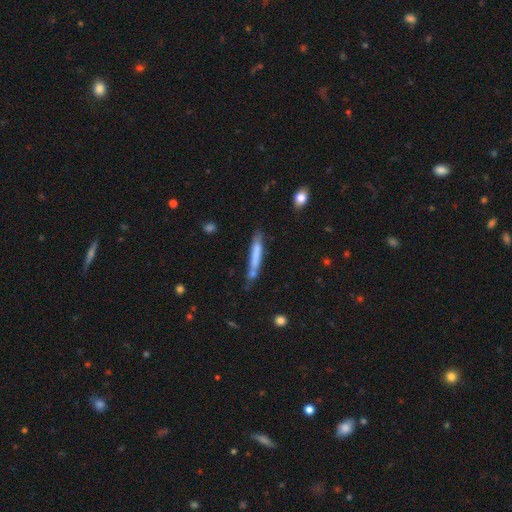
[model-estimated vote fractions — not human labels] Smooth or featured? Predicted: smooth (p=0.67). How rounded? Predicted: cigar-shaped (p=0.94). Merging? Predicted: none (p=0.65).